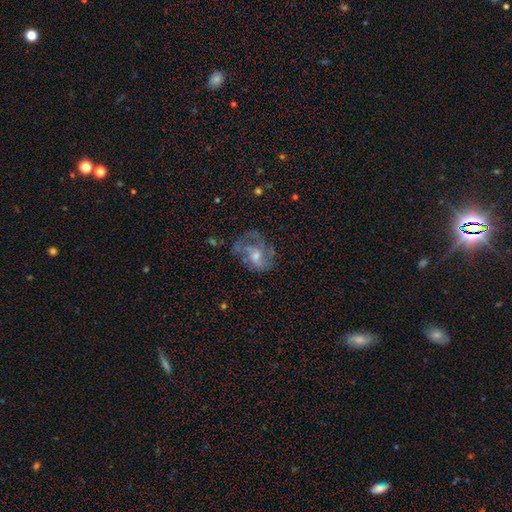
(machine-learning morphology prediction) Smooth or featured? Predicted: featured or disk (p=0.69). Edge-on disk? Predicted: no (p=0.97). Bar? Predicted: no (p=0.61). Spiral arms? Predicted: yes (p=0.77). Spiral winding? Predicted: medium (p=0.46). Spiral arm count? Predicted: 2 (p=0.31). Bulge size? Predicted: moderate (p=0.51). Merging? Predicted: none (p=0.47).